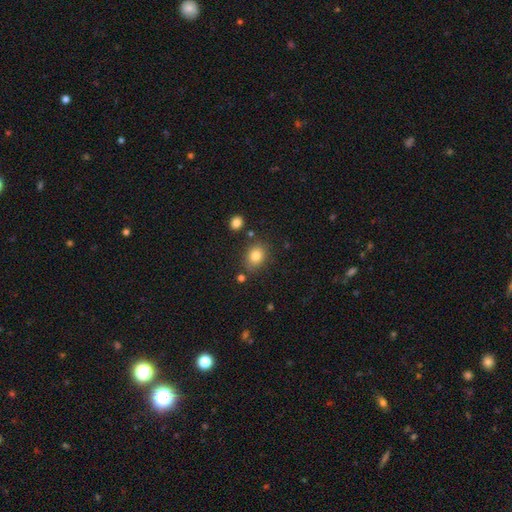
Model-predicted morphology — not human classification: Smooth or featured: smooth — 83% (star or artifact — 10%)
How rounded: in between — 55% (round — 44%)
Merging: none — 79% (minor disturbance — 13%)